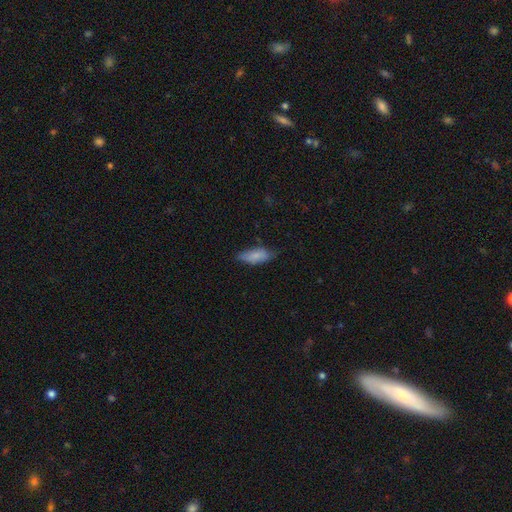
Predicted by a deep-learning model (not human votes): This appears to be a smooth galaxy with no disk features (78%) that is in between round and cigar-shaped (77%). Merging: none (61%).